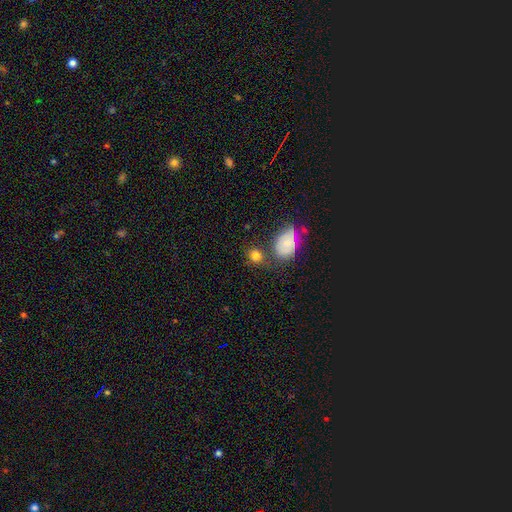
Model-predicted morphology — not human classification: Q: Smooth or featured?
A: smooth (79%); runner-up: star or artifact (12%)
Q: How rounded?
A: round (68%); runner-up: in between (31%)
Q: Merging?
A: none (69%); runner-up: minor disturbance (14%)